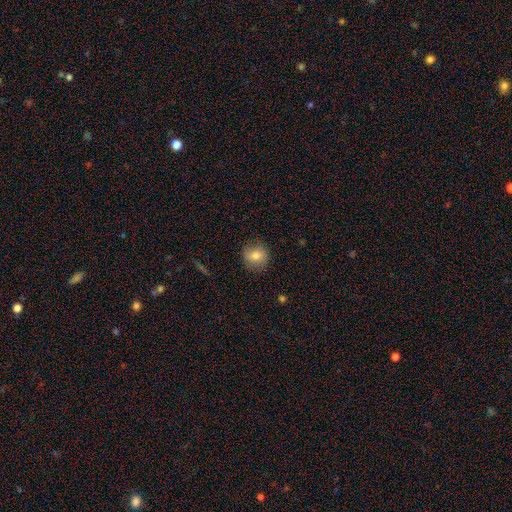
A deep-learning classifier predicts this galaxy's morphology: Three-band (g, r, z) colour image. It shows a smooth galaxy with no disk features (79%) that is round (86%). Merging: none (83%).